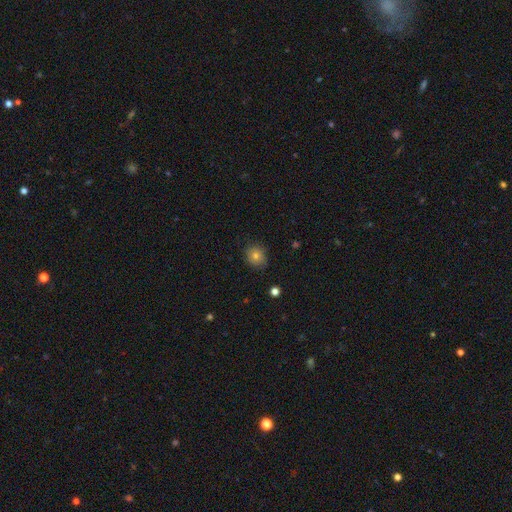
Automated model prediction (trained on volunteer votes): This is likely a smooth galaxy (78%). How rounded: clearly round (82%). Merging: clearly none (85%).